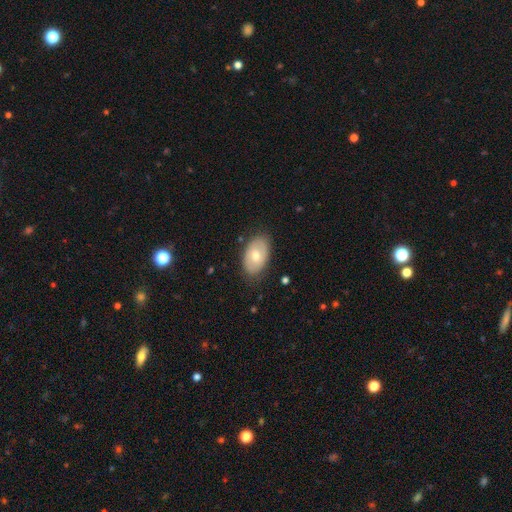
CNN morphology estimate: Smooth or featured? Predicted: smooth (p=0.61). How rounded? Predicted: in between (p=0.91). Merging? Predicted: none (p=0.82).